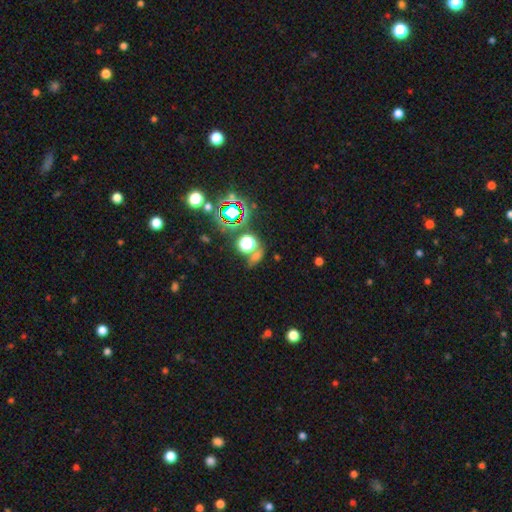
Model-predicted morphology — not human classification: This is possibly a smooth galaxy (45%). Merging: likely none (65%).